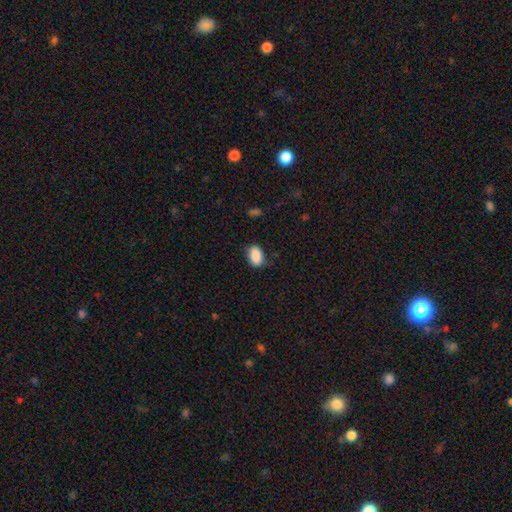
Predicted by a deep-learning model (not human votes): smooth_or_featured: smooth (p=0.89) [alt: star or artifact p=0.07]
how_rounded: in between (p=0.90) [alt: round p=0.08]
merging: none (p=0.82) [alt: minor disturbance p=0.14]